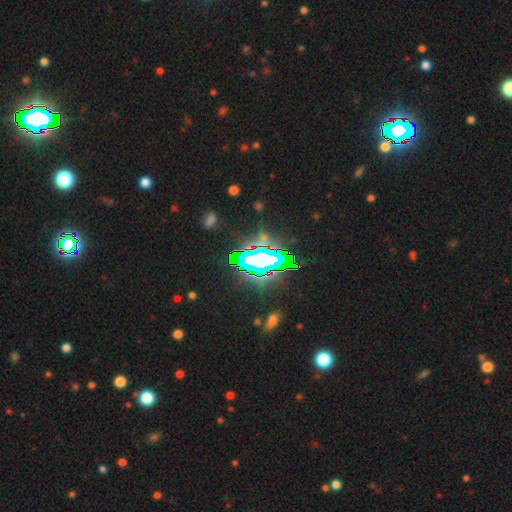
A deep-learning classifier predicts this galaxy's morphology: A star or artifact, not a galaxy (71%).